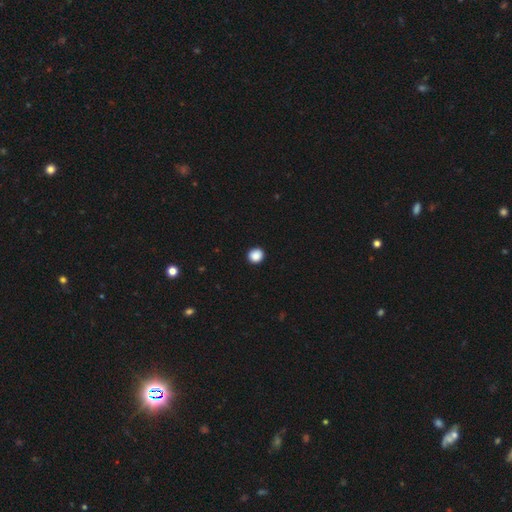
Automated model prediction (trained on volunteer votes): smooth_or_featured: smooth (p=0.88) [alt: star or artifact p=0.09]
how_rounded: round (p=0.89) [alt: in between p=0.10]
merging: none (p=0.93) [alt: minor disturbance p=0.05]